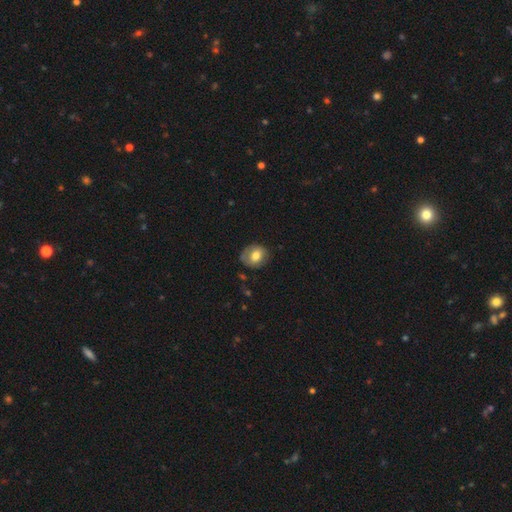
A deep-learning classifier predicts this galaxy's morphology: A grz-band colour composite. It shows a smooth galaxy with no disk features (68%) that is round (61%). Merging: none (72%).